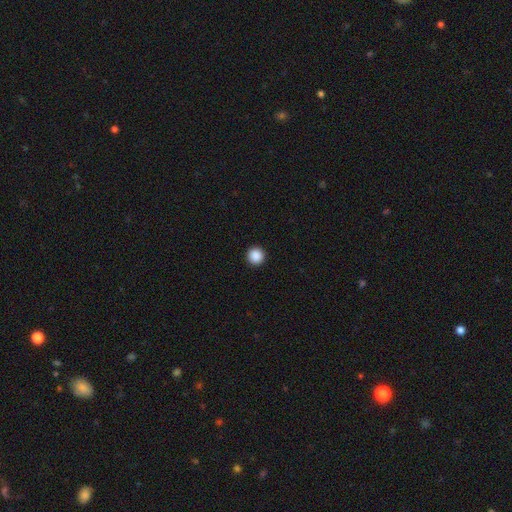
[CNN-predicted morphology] type=smooth (88%); roundness=round (96%); merging=none (94%).